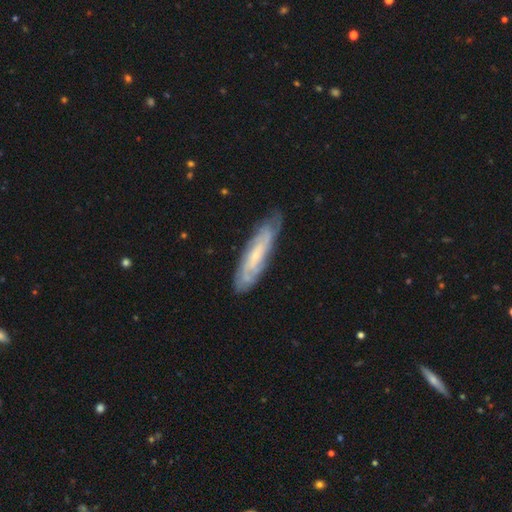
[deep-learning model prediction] featured or disk 67%, smooth 27%, star or artifact 6%. Down the decision tree: edge-on disk — no (65%); merging — none (75%).